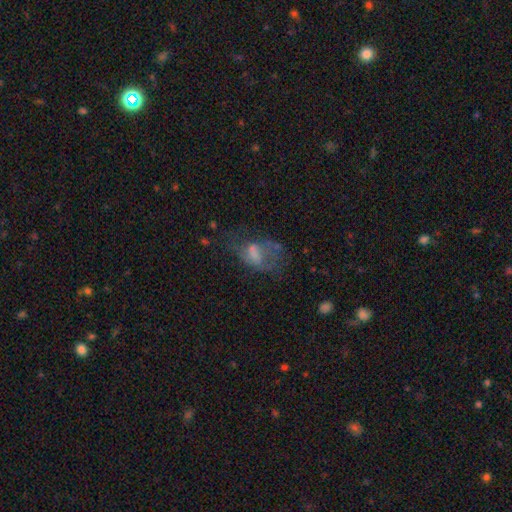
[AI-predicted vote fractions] Smooth or featured? Predicted: featured or disk (p=0.44). Merging? Predicted: major disturbance (p=0.40).